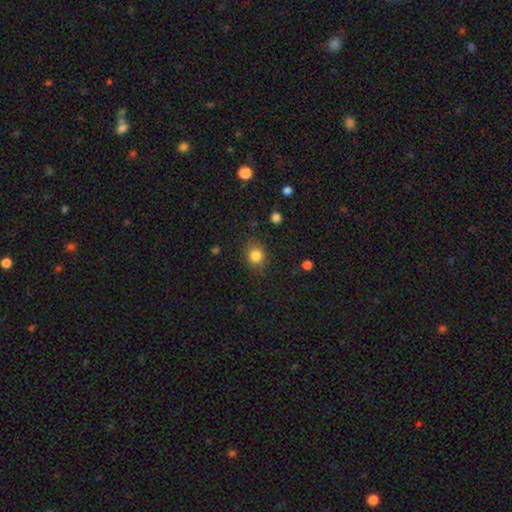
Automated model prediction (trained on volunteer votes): The model was most divided on "how rounded": round: 71%, in between: 28%, cigar-shaped: 1%. More confident: smooth or featured — smooth (83%); merging — none (83%).